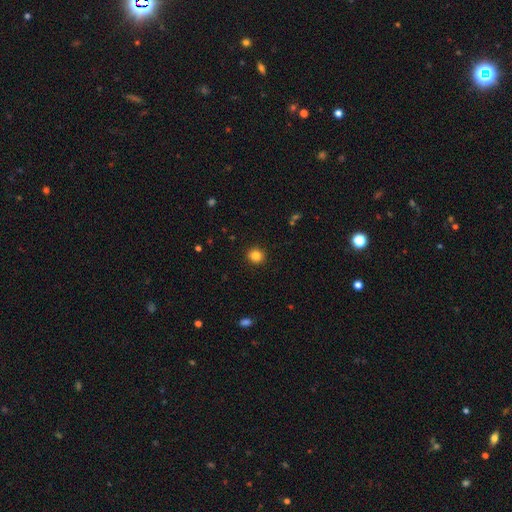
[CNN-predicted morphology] type=smooth (84%); roundness=round (89%); merging=none (92%).